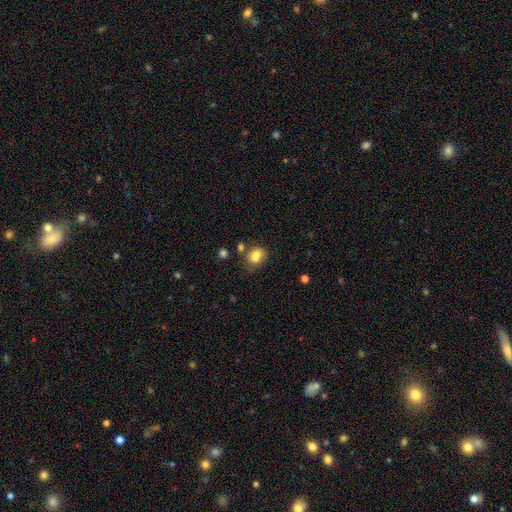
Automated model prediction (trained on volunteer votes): The model was most divided on "how rounded": round: 52%, in between: 47%, cigar-shaped: 1%. More confident: smooth or featured — smooth (82%); merging — none (60%).